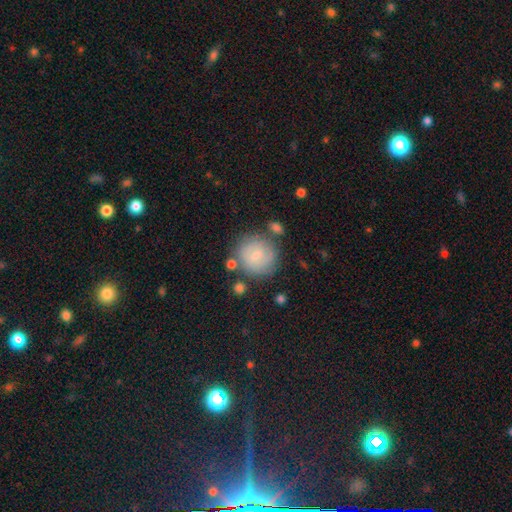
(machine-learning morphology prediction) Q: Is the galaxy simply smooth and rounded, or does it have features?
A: smooth — 65%.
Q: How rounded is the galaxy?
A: round — 89%.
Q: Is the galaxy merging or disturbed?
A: none — 70%.